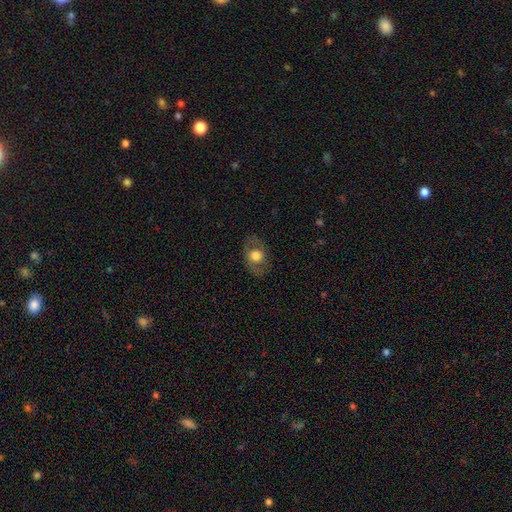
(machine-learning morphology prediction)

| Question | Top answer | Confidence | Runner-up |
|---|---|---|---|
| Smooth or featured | smooth | 55% | featured or disk (37%) |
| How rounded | in between | 63% | round (36%) |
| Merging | none | 79% | minor disturbance (13%) |